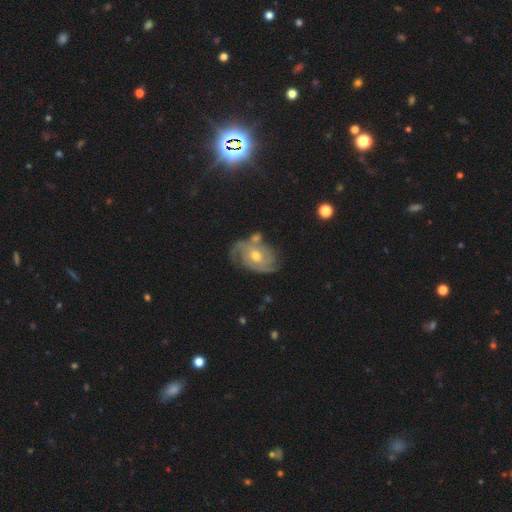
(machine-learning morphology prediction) Smooth or featured: featured or disk — 83% (smooth — 11%)
Edge-on disk: no — 96% (yes — 4%)
Bar: no — 59% (weak — 33%)
Spiral arms: yes — 94% (no — 6%)
Spiral winding: tight — 57% (medium — 33%)
Spiral arm count: 2 — 43% (3 — 24%)
Bulge size: moderate — 66% (small — 30%)
Merging: none — 61% (minor disturbance — 21%)